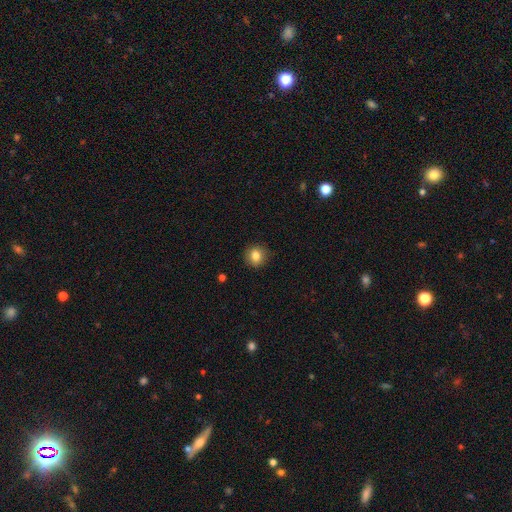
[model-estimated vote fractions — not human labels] smooth-or-featured: smooth: 82% | star or artifact: 10% | featured or disk: 8%
  how-rounded: round: 80% | in between: 19% | cigar-shaped: 1%
  merging: none: 88% | minor disturbance: 9% | major disturbance: 2% | merger: 1%